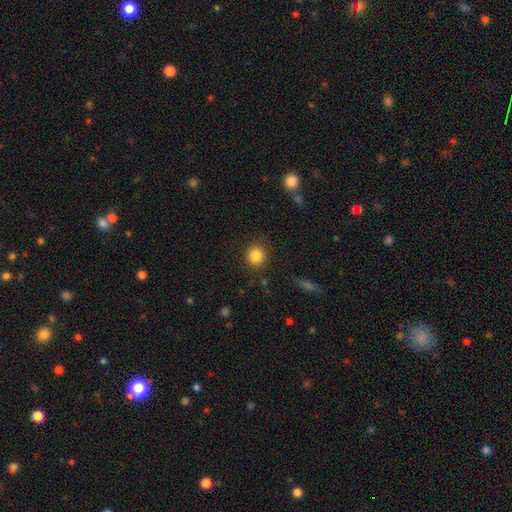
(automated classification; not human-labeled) Smooth or featured: smooth — 85% (star or artifact — 10%)
How rounded: round — 87% (in between — 12%)
Merging: none — 88% (minor disturbance — 7%)